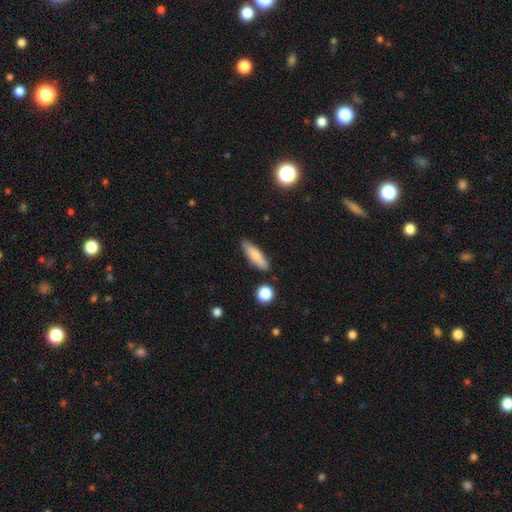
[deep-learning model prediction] Smooth or featured?
  - smooth: 81% *
  - featured or disk: 12%
  - star or artifact: 7%
How rounded?
  - cigar-shaped: 57% *
  - in between: 40%
  - round: 2%
Merging?
  - none: 83% *
  - minor disturbance: 11%
  - merger: 3%
  - major disturbance: 2%